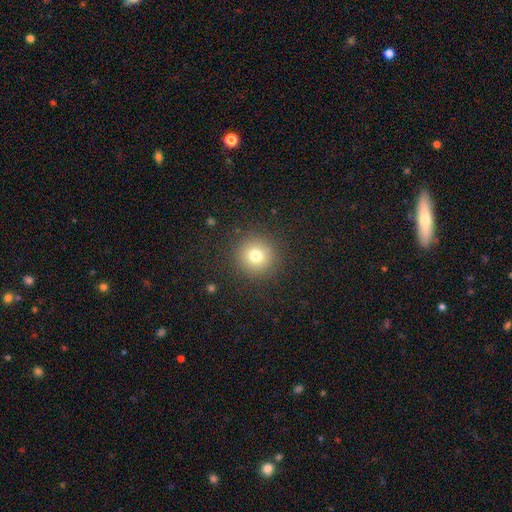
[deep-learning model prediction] Morphology: type=smooth (76%); roundness=round (94%); merging=none (89%).